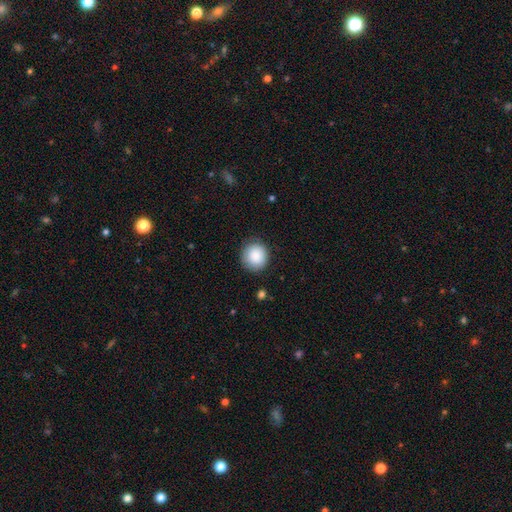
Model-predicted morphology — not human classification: Smooth or featured: smooth — 87% (star or artifact — 8%)
How rounded: round — 92% (in between — 8%)
Merging: none — 86% (minor disturbance — 10%)